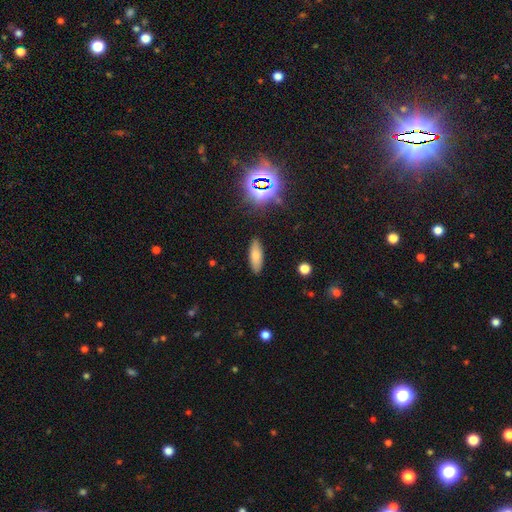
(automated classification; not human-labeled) Morphology: type=smooth (75%); roundness=in between (66%); merging=none (88%).